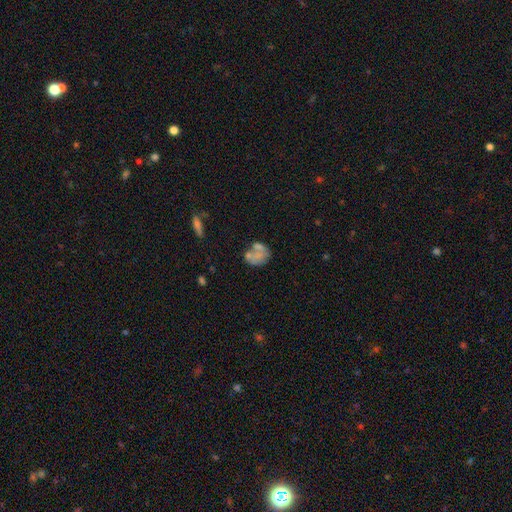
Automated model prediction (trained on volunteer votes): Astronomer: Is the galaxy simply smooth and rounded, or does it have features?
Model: smooth — 54% (runner-up: featured or disk, 36%).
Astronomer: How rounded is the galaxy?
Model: in between — 51% (runner-up: round, 47%).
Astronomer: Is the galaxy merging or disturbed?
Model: none — 36% (runner-up: merger, 28%).